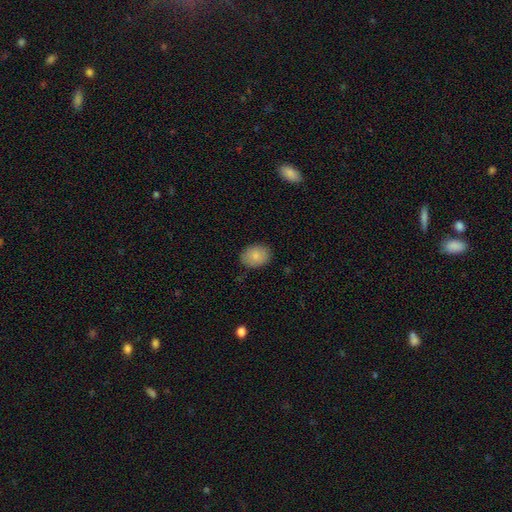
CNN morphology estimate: Overall: smooth (85%). How rounded: in between (65%; round 34%). Merging: none (84%).